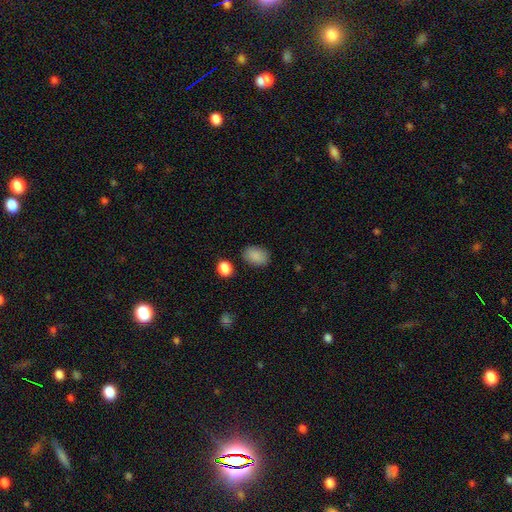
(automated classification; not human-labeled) A smooth galaxy with no disk features (88%) that is in between round and cigar-shaped (83%). Merging: none (84%).